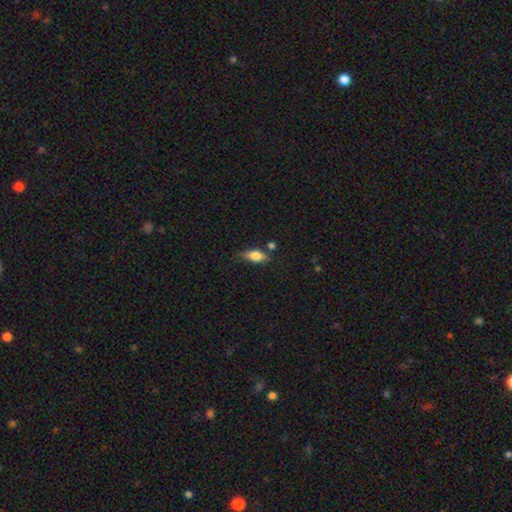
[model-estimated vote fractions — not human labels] Smooth or featured? smooth (74%)
How rounded? in between (77%)
Merging? none (68%)